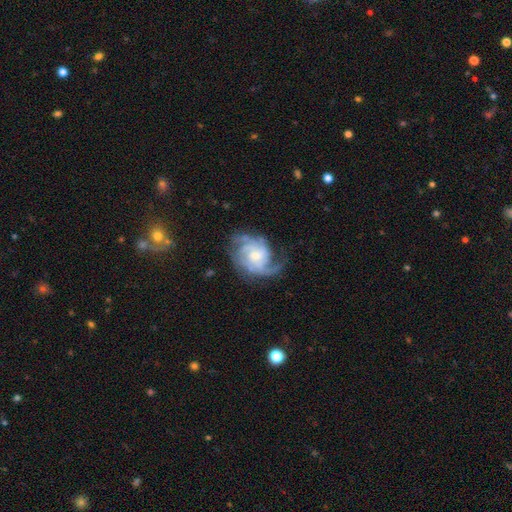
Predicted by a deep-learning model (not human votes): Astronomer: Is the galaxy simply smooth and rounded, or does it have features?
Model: featured or disk — 88%.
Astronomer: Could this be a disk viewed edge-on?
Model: no — 98%.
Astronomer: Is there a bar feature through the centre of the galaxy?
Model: no — 57% (runner-up: weak, 37%).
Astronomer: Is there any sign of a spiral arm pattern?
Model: yes — 97%.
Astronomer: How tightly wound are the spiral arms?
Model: medium — 43% (runner-up: tight, 42%).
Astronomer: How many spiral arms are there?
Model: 3 — 30% (runner-up: 2, 25%).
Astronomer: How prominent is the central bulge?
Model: small — 48% (runner-up: moderate, 43%).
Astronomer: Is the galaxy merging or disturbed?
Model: none — 64%.